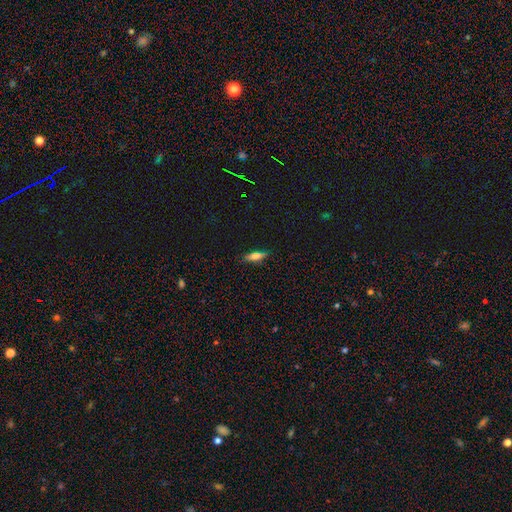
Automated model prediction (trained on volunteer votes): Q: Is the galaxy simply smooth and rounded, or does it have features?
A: smooth — 57%.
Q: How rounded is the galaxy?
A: in between — 48%.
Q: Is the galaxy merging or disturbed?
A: none — 87%.